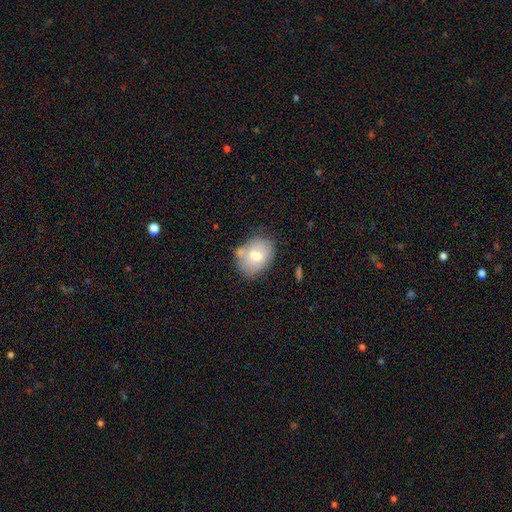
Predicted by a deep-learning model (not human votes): Smooth or featured? smooth (67%)
How rounded? in between (54%)
Merging? none (64%)